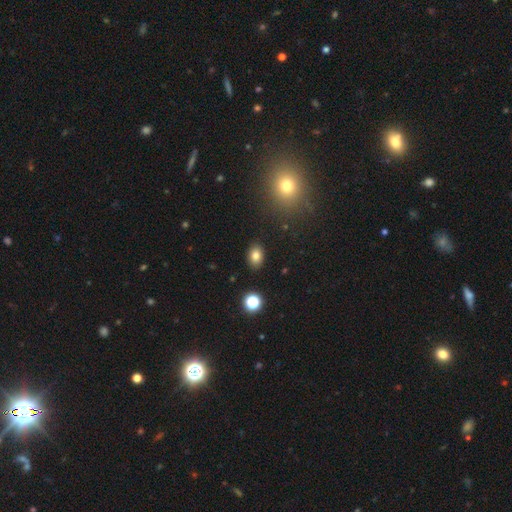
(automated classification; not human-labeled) smooth 81%, star or artifact 12%, featured or disk 7%. Down the decision tree: how rounded — in between (76%); merging — none (88%).